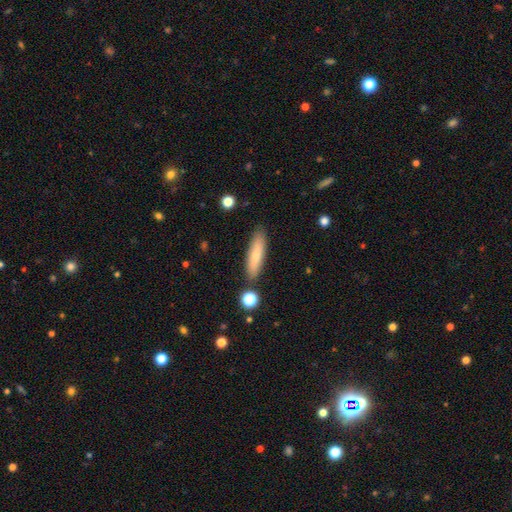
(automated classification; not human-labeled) Overall: smooth (72%). How rounded: cigar-shaped (71%). Merging: none (84%).